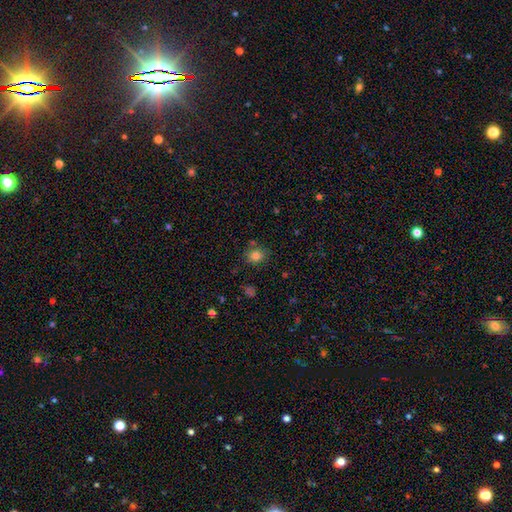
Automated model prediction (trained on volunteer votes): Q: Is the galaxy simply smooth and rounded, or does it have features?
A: smooth — 81%.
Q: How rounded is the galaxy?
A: round — 72%.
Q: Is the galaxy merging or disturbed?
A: none — 80%.